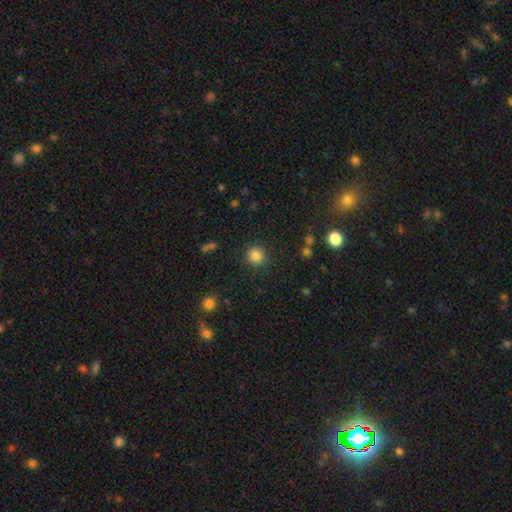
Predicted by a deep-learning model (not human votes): Morphology: type=smooth (84%); roundness=round (92%); merging=none (89%).